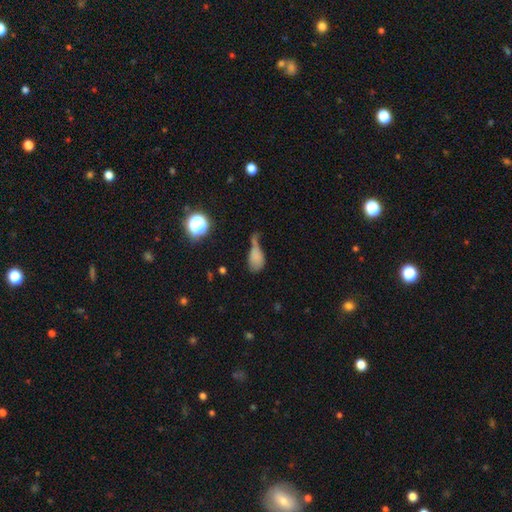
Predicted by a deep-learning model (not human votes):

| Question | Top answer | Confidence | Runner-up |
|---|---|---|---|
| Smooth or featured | smooth | 74% | star or artifact (13%) |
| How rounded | in between | 78% | round (16%) |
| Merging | major disturbance | 26% | minor disturbance (25%) |